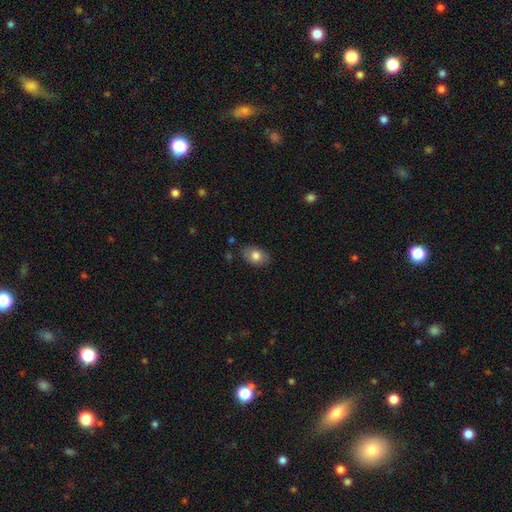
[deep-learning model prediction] Morphology: type=smooth (79%); roundness=in between (80%); merging=none (80%).